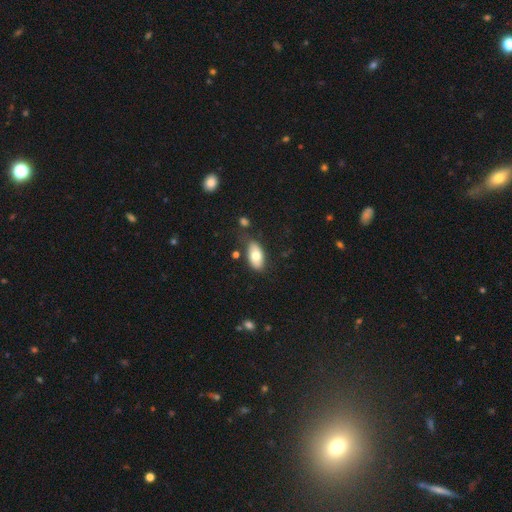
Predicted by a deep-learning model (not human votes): Smooth or featured: smooth — 73% (featured or disk — 20%)
How rounded: in between — 92% (cigar-shaped — 4%)
Merging: none — 71% (minor disturbance — 18%)